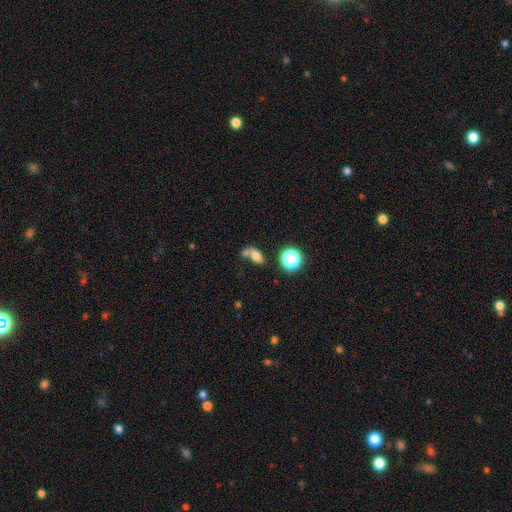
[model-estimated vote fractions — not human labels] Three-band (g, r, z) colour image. It shows a smooth galaxy with no disk features (68%) that is in between round and cigar-shaped (72%). Merging: merger (44%).